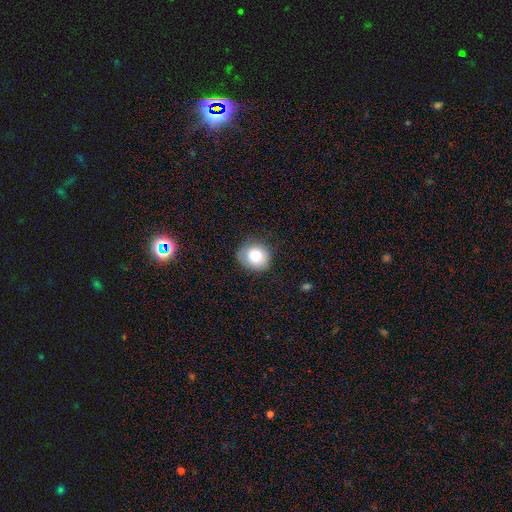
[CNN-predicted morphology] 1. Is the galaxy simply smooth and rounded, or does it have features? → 80% smooth, 11% featured or disk, 9% star or artifact.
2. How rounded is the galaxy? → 71% round, 28% in between, 1% cigar-shaped.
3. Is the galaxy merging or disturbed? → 76% none, 18% minor disturbance, 4% major disturbance, 1% merger.